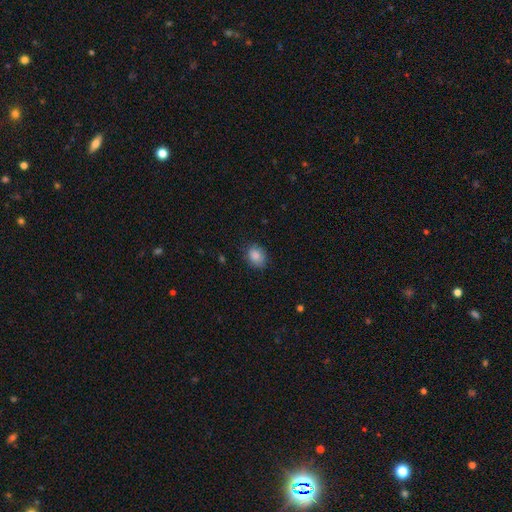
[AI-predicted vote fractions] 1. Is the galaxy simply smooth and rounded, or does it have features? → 86% smooth, 9% star or artifact, 5% featured or disk.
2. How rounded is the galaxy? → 50% in between, 49% round, 1% cigar-shaped.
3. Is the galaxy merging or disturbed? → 81% none, 15% minor disturbance, 3% major disturbance, 1% merger.